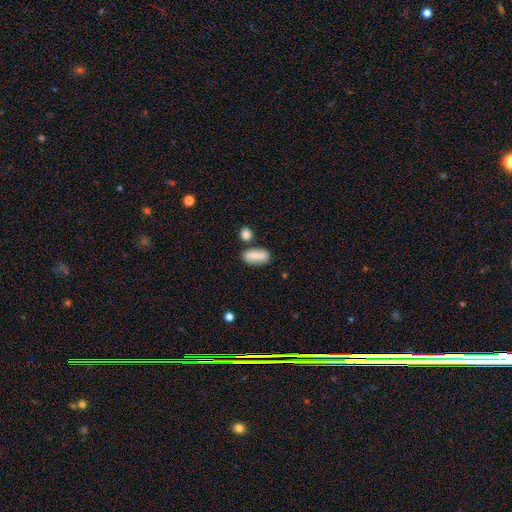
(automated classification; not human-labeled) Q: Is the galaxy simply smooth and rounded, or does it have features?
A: smooth — 67%.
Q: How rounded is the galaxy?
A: in between — 81%.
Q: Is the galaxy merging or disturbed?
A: none — 68%.